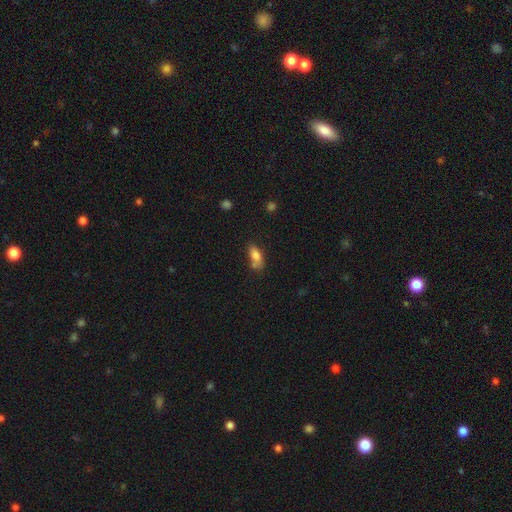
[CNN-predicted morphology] type=smooth (80%); roundness=in between (82%); merging=none (50%).